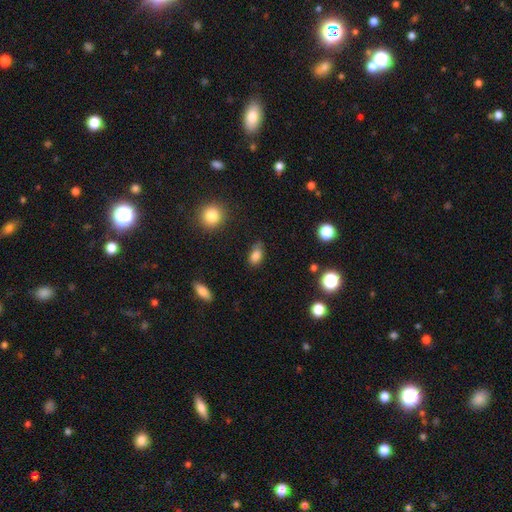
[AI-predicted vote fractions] Overall: smooth (82%). How rounded: in between (85%). Merging: none (64%; minor disturbance 27%).